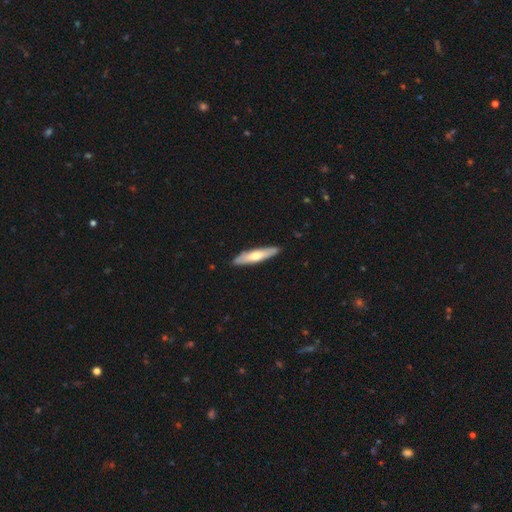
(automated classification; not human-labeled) smooth_or_featured: smooth (p=0.56) [alt: featured or disk p=0.39]
how_rounded: cigar-shaped (p=0.80) [alt: in between p=0.18]
merging: none (p=0.89) [alt: minor disturbance p=0.09]